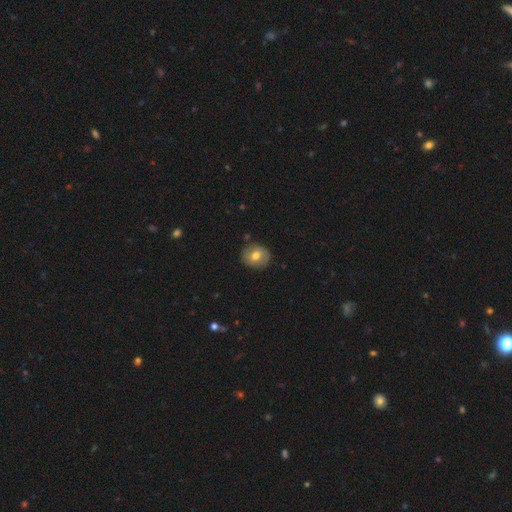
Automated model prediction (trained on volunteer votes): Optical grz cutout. It shows a smooth galaxy with no disk features (68%) that is round (77%). Merging: none (85%).